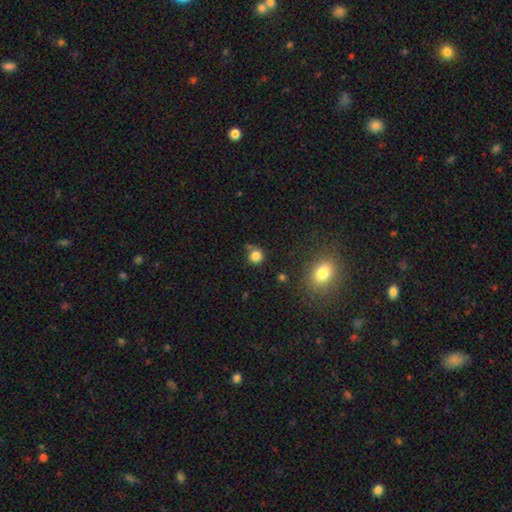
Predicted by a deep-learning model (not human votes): Overall: smooth (82%). How rounded: round (91%). Merging: none (72%).